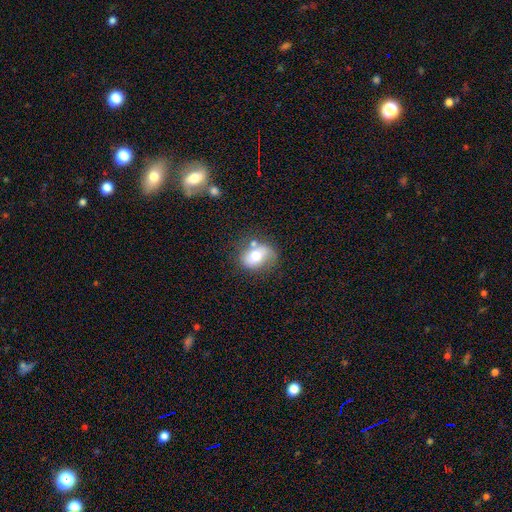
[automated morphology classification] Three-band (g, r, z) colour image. It shows a smooth galaxy with no disk features (58%) that is in between round and cigar-shaped (62%). Merging: none (55%).